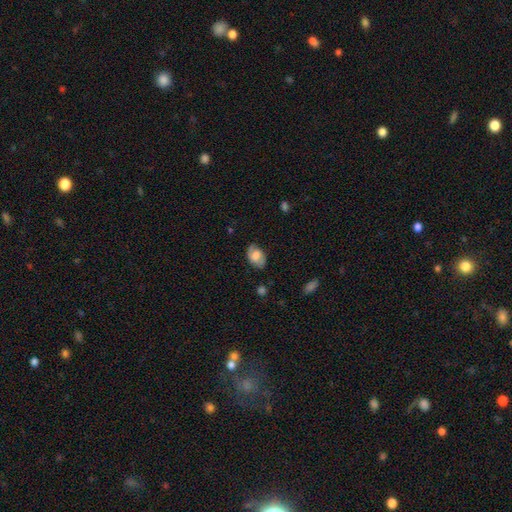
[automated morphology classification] A smooth galaxy with no disk features (57%) that is in between round and cigar-shaped (86%).

Vote fractions:
- Smooth or featured? smooth: 57% / featured or disk: 36% / star or artifact: 8%
- How rounded? in between: 86% / round: 12% / cigar-shaped: 1%
- Merging? none: 71% / minor disturbance: 21% / major disturbance: 6% / merger: 2%